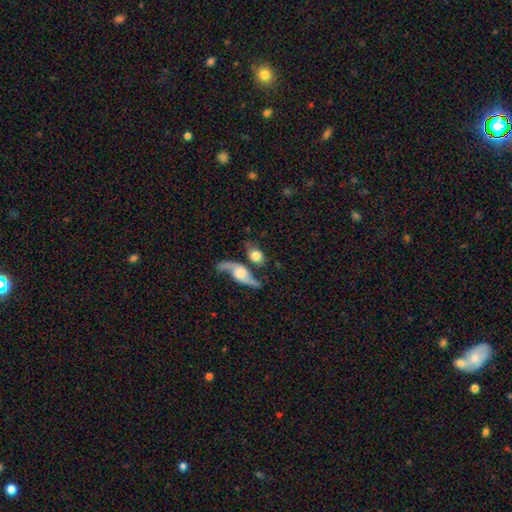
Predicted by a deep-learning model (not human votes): This is possibly a smooth galaxy (53%). How rounded: possibly in between (59%). Merging: possibly none (45%).